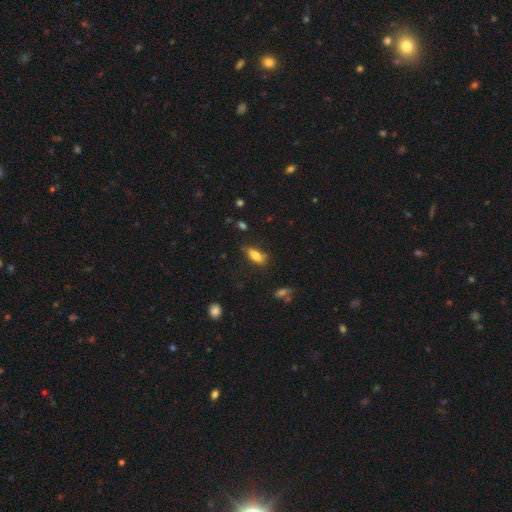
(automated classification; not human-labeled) Smooth or featured? Predicted: smooth (p=0.73). How rounded? Predicted: in between (p=0.75). Merging? Predicted: none (p=0.68).